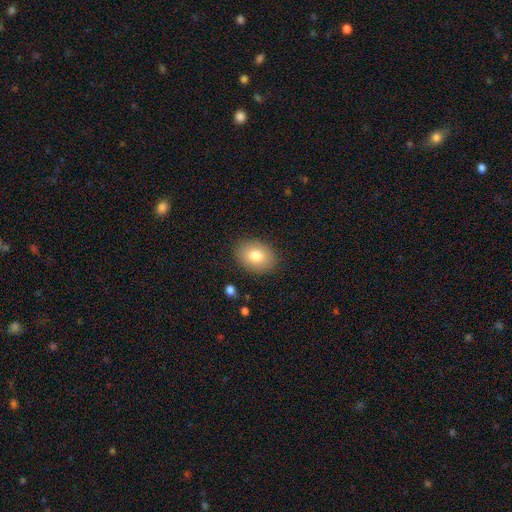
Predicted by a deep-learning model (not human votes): smooth 80%, featured or disk 12%, star or artifact 8%. Down the decision tree: how rounded — in between (71%); merging — none (87%).